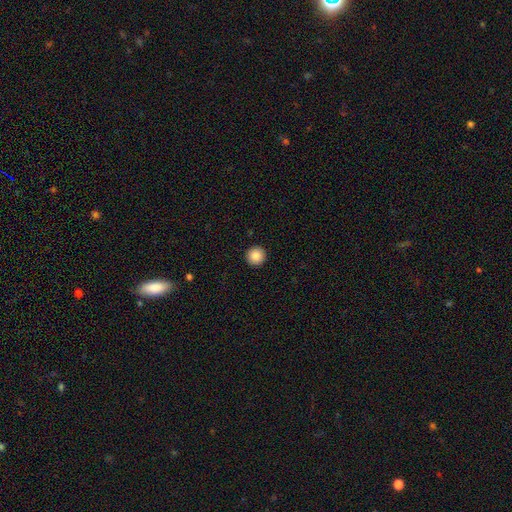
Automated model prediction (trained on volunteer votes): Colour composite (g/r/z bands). It shows a smooth galaxy with no disk features (86%) that is round (96%). Merging: none (94%).